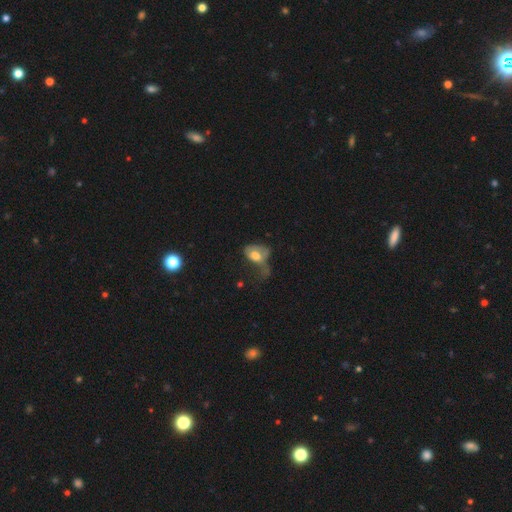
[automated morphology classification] smooth 59%, featured or disk 31%, star or artifact 9%. Down the decision tree: how rounded — in between (79%); merging — major disturbance (53%).